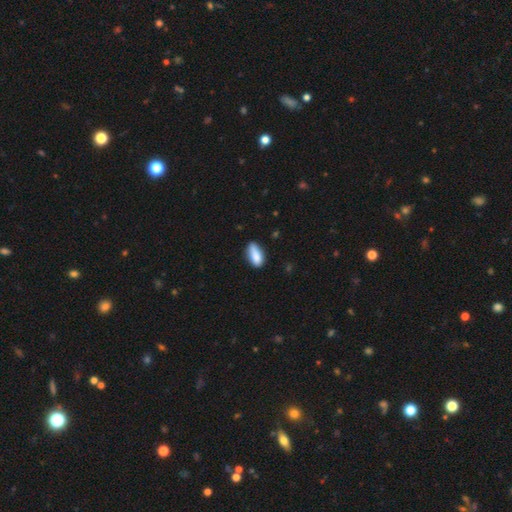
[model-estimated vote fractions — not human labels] This appears to be a smooth galaxy with no disk features (85%) that is in between round and cigar-shaped (86%). Merging: none (67%).